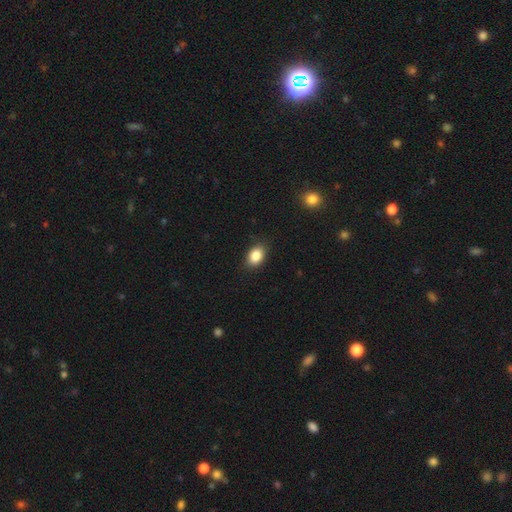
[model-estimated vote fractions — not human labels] Morphology: type=smooth (87%); roundness=in between (79%); merging=none (87%).